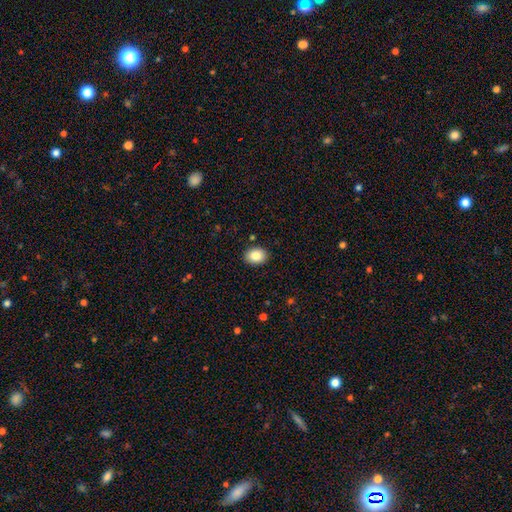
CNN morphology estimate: Q: Smooth or featured?
A: smooth (85%); runner-up: star or artifact (8%)
Q: How rounded?
A: in between (63%); runner-up: round (36%)
Q: Merging?
A: none (89%); runner-up: minor disturbance (7%)